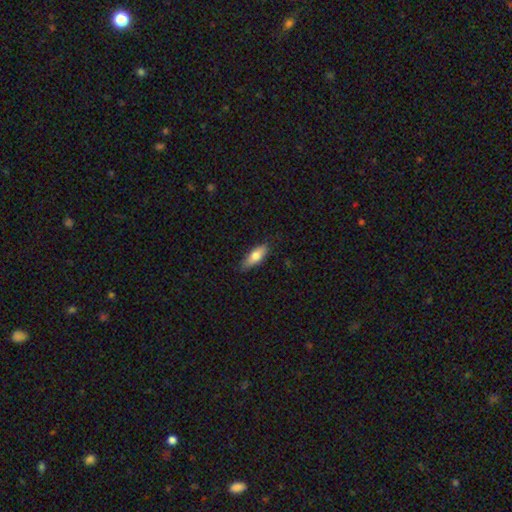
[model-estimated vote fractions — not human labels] Smooth or featured? smooth (73%)
How rounded? in between (63%)
Merging? none (81%)